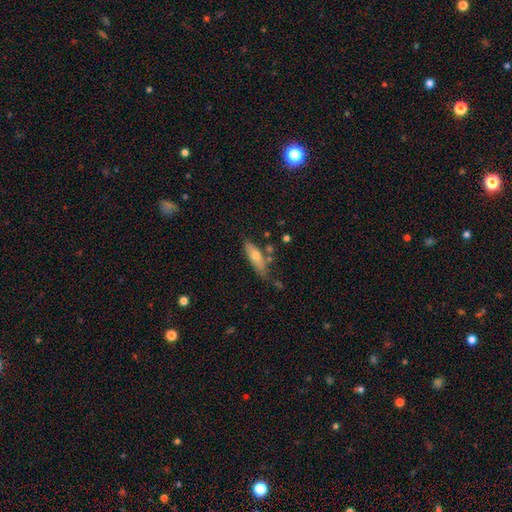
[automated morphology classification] Q: Smooth or featured?
A: smooth (61%); runner-up: featured or disk (31%)
Q: How rounded?
A: cigar-shaped (54%); runner-up: in between (44%)
Q: Merging?
A: none (63%); runner-up: minor disturbance (24%)